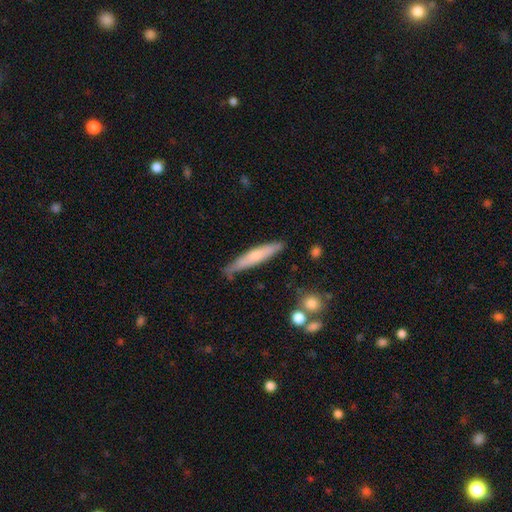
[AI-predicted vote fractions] A smooth galaxy with no disk features (61%) that is cigar-shaped (91%).

Vote fractions:
- Smooth or featured? smooth: 61% / featured or disk: 34% / star or artifact: 6%
- How rounded? cigar-shaped: 91% / in between: 8% / round: 1%
- Merging? none: 77% / minor disturbance: 17% / major disturbance: 3% / merger: 3%